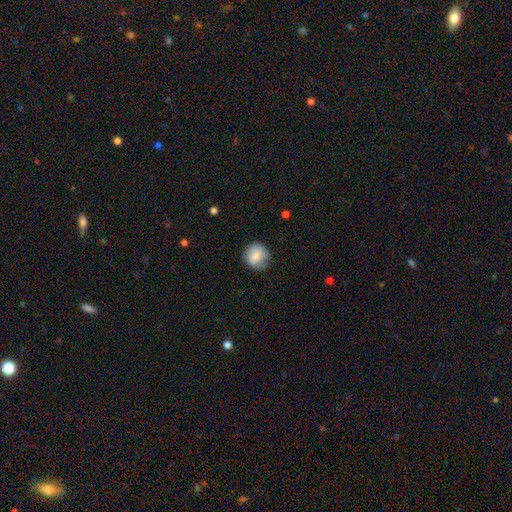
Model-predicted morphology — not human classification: Smooth or featured? Predicted: smooth (p=0.79). How rounded? Predicted: round (p=0.87). Merging? Predicted: none (p=0.76).